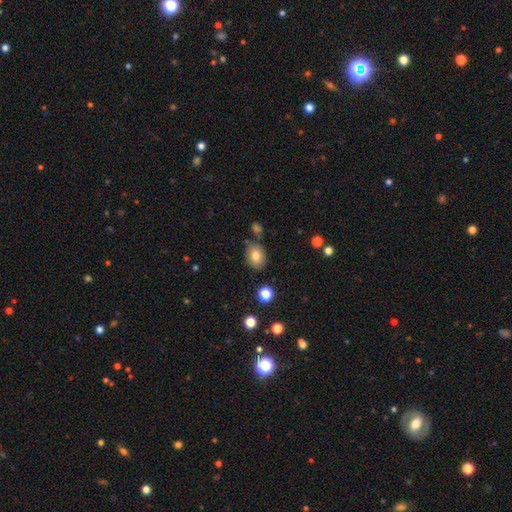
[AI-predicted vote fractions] smooth_or_featured: smooth (p=0.81) [alt: star or artifact p=0.10]
how_rounded: in between (p=0.56) [alt: round p=0.44]
merging: none (p=0.78) [alt: minor disturbance p=0.13]